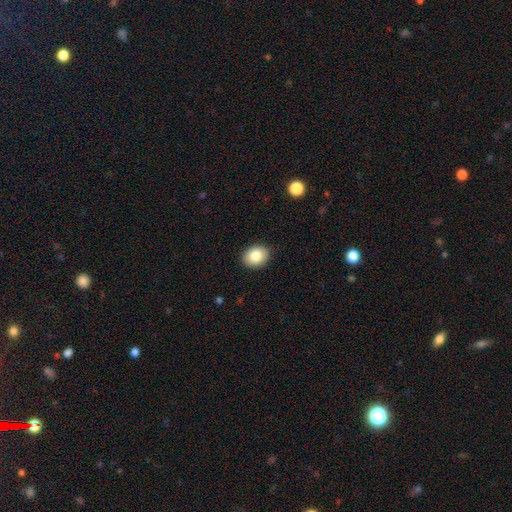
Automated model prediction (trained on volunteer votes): A smooth galaxy with no disk features (84%) that is in between round and cigar-shaped (63%).

Vote fractions:
- Smooth or featured? smooth: 84% / star or artifact: 8% / featured or disk: 8%
- How rounded? in between: 63% / round: 36% / cigar-shaped: 1%
- Merging? none: 90% / minor disturbance: 8% / major disturbance: 2% / merger: 1%